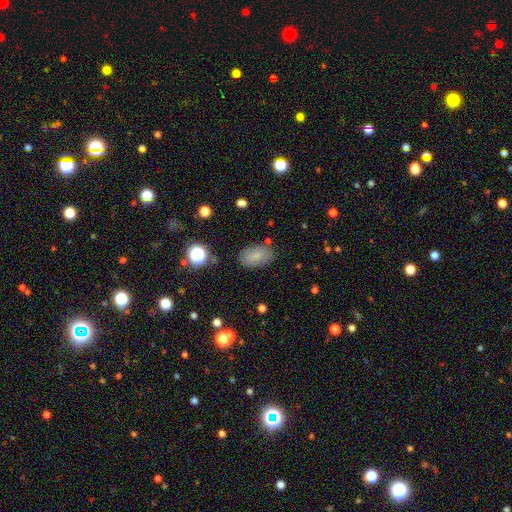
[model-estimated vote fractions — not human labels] smooth-or-featured: smooth: 80% | featured or disk: 10% | star or artifact: 10%
  how-rounded: in between: 91% | round: 7% | cigar-shaped: 2%
  merging: none: 82% | minor disturbance: 12% | major disturbance: 4% | merger: 2%